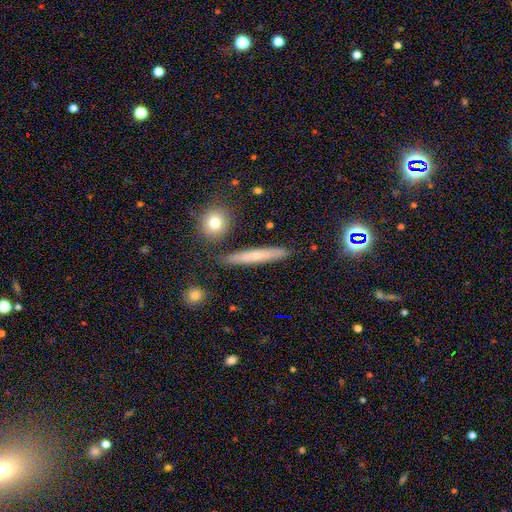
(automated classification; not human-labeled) This appears to be a smooth galaxy with no disk features (56%) that is cigar-shaped (91%). Merging: none (87%).